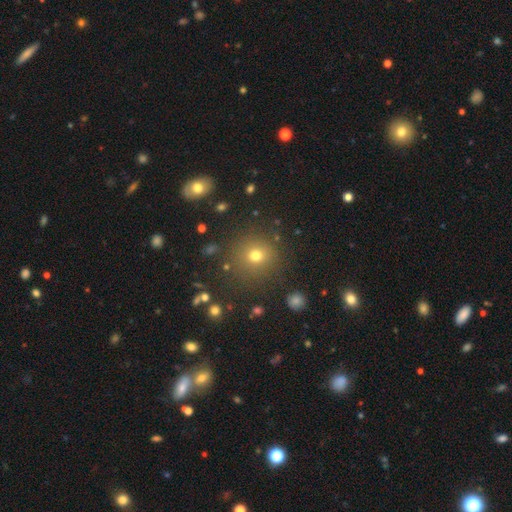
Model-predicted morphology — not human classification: Smooth or featured? Predicted: smooth (p=0.72). How rounded? Predicted: round (p=0.91). Merging? Predicted: none (p=0.84).